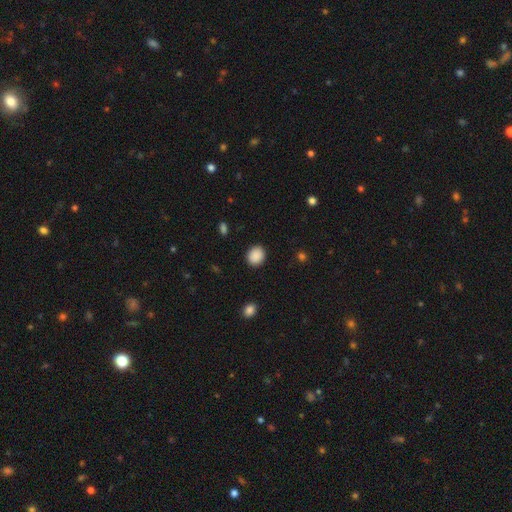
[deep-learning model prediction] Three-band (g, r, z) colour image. It shows a smooth galaxy with no disk features (89%) that is round (73%). Merging: none (90%).